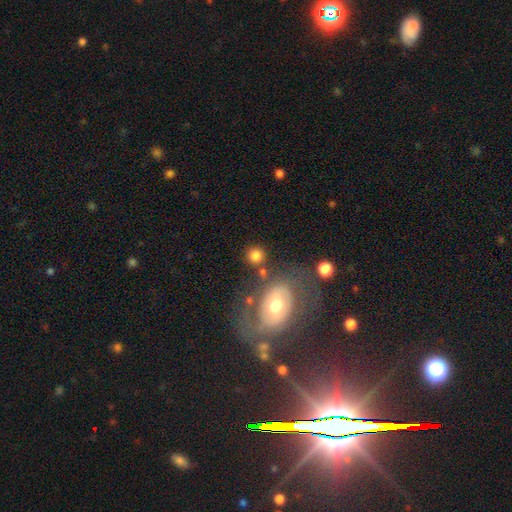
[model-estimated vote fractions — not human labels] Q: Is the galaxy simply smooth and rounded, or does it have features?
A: smooth — 78%.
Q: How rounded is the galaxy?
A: round — 86%.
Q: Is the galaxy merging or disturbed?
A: none — 73%.